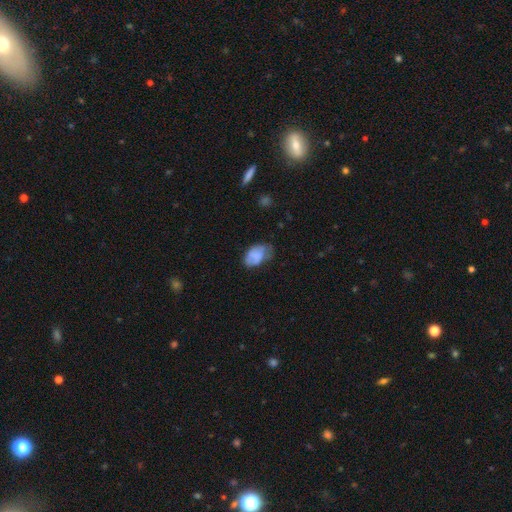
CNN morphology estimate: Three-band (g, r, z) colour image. It shows a smooth galaxy with no disk features (74%) that is in between round and cigar-shaped (88%). Merging: none (45%).